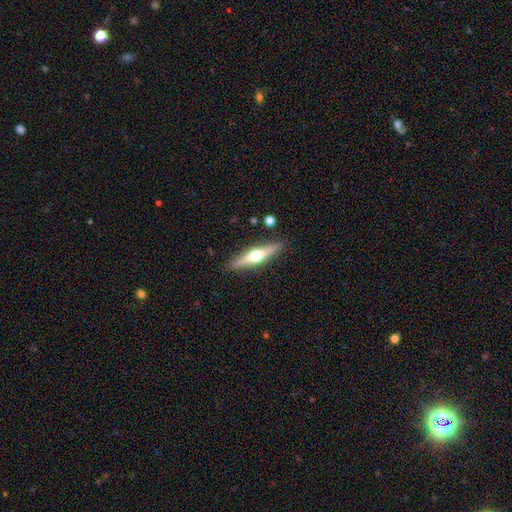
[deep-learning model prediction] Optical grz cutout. It shows a featured or disk galaxy (65%) viewed edge-on (96%) with a rounded central bulge (94%). Merging: none (89%).